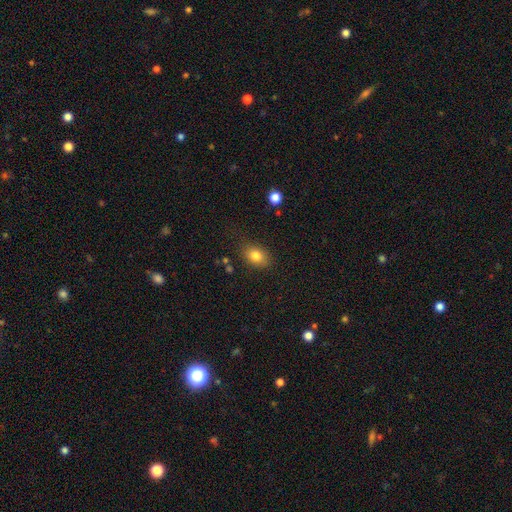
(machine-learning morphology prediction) Smooth or featured? smooth (81%)
How rounded? in between (70%)
Merging? none (80%)